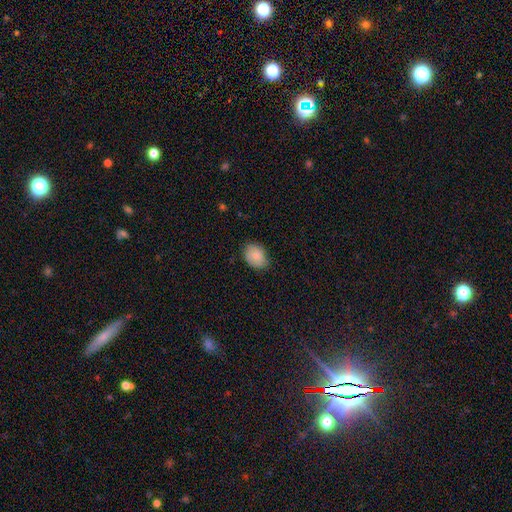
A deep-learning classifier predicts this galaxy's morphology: This is clearly a smooth galaxy (83%). How rounded: likely in between (71%). Merging: likely none (76%).